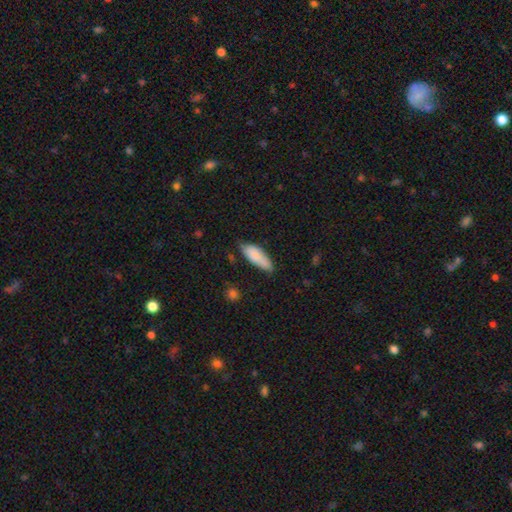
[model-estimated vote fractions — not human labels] Overall: smooth (82%). How rounded: in between (69%; cigar-shaped 30%). Merging: none (59%; minor disturbance 33%).